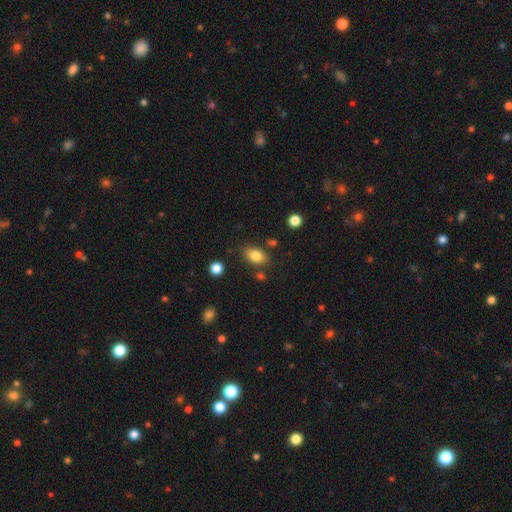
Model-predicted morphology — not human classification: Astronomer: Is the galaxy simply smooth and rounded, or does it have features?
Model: smooth — 83%.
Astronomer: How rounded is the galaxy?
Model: in between — 84%.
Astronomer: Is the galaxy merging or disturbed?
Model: none — 78%.